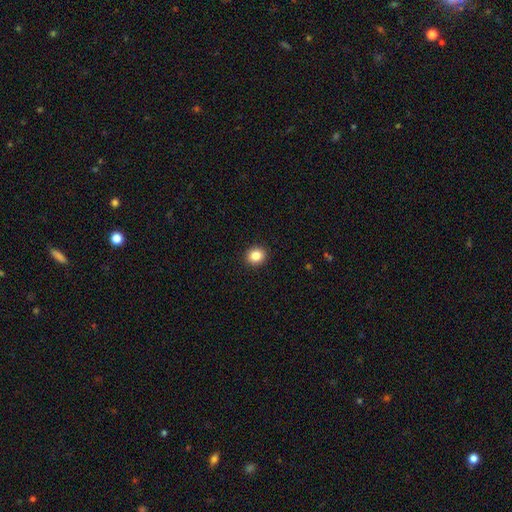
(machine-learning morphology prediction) Smooth or featured?
  - smooth: 85% *
  - star or artifact: 10%
  - featured or disk: 5%
How rounded?
  - round: 76% *
  - in between: 24%
  - cigar-shaped: 1%
Merging?
  - none: 92% *
  - minor disturbance: 5%
  - major disturbance: 2%
  - merger: 1%